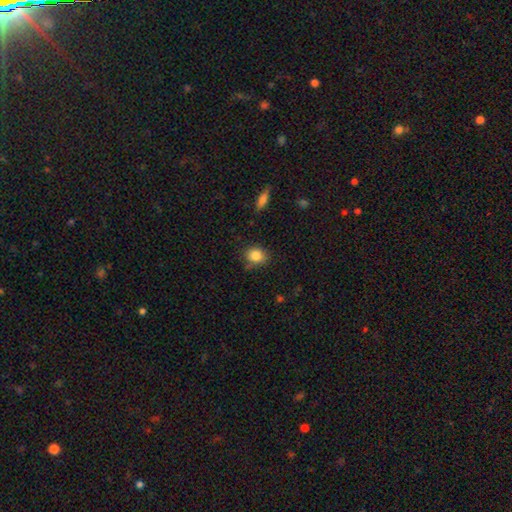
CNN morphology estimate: type=smooth (84%); roundness=round (68%); merging=none (77%).